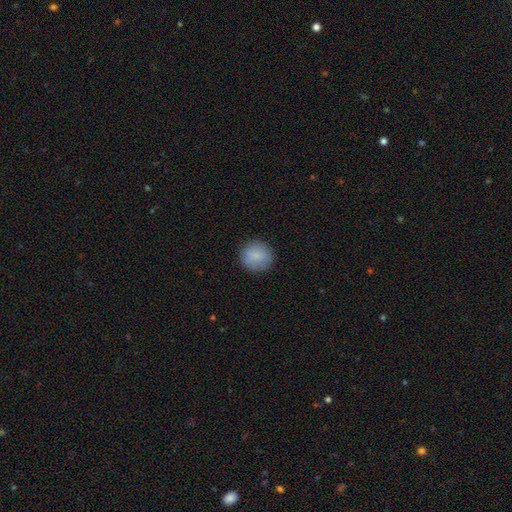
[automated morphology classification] This is clearly a smooth galaxy (86%). How rounded: clearly round (90%). Merging: clearly none (86%).